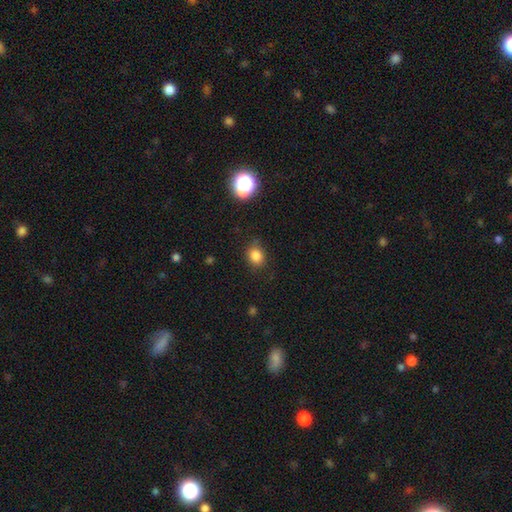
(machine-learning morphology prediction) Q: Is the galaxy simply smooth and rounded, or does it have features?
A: smooth — 82%.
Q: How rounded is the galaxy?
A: round — 63%.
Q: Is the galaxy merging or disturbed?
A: none — 79%.